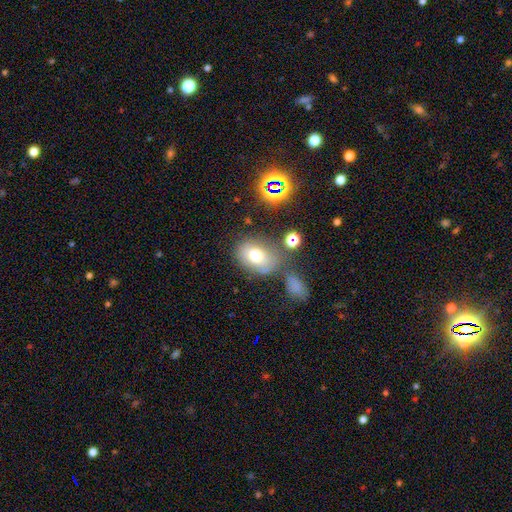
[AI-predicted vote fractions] smooth-or-featured: smooth: 70% | featured or disk: 17% | star or artifact: 13%
  how-rounded: in between: 71% | round: 27% | cigar-shaped: 1%
  merging: none: 58% | minor disturbance: 19% | merger: 13% | major disturbance: 9%